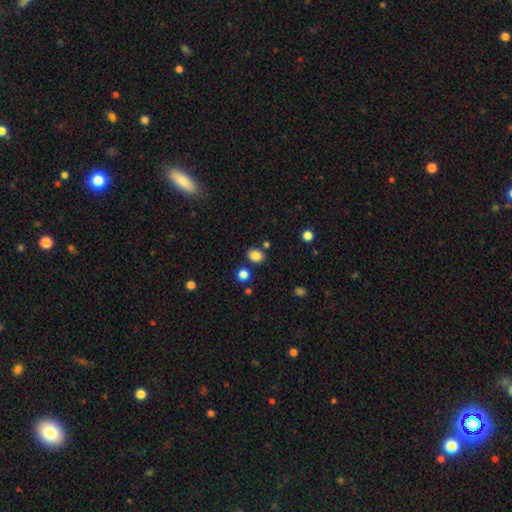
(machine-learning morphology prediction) type=smooth (84%); roundness=in between (50%); merging=none (80%).